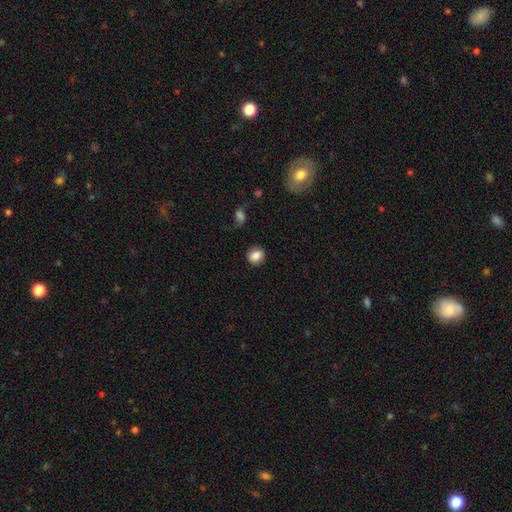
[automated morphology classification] Smooth or featured? smooth (84%)
How rounded? round (70%)
Merging? none (85%)